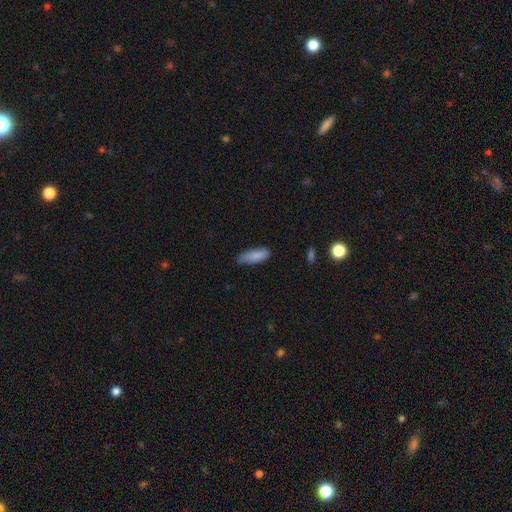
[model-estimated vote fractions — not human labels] Overall: smooth (87%). How rounded: in between (58%; cigar-shaped 40%). Merging: none (73%).